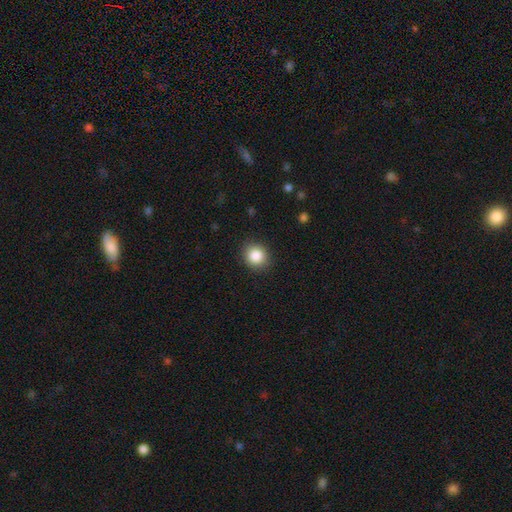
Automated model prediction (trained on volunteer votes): The model was most divided on "how rounded": round: 82%, in between: 17%, cigar-shaped: 1%. More confident: merging — none (89%); smooth or featured — smooth (86%).